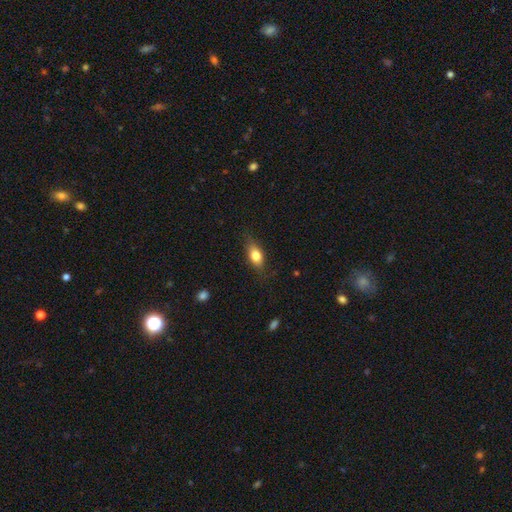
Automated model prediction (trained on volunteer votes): Smooth or featured: smooth — 75% (featured or disk — 18%)
How rounded: in between — 78% (cigar-shaped — 13%)
Merging: none — 77% (minor disturbance — 18%)